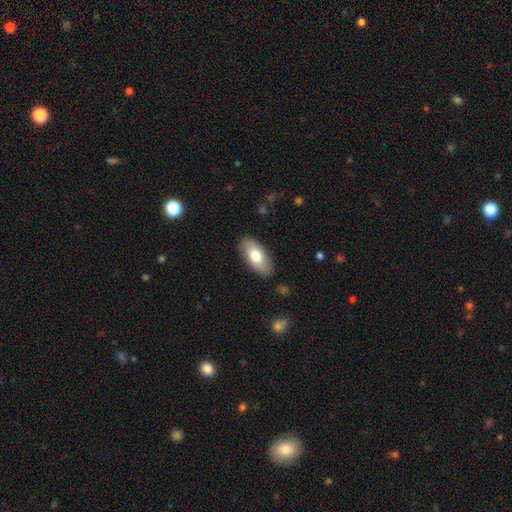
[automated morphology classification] Smooth or featured? smooth (71%)
How rounded? in between (89%)
Merging? none (87%)